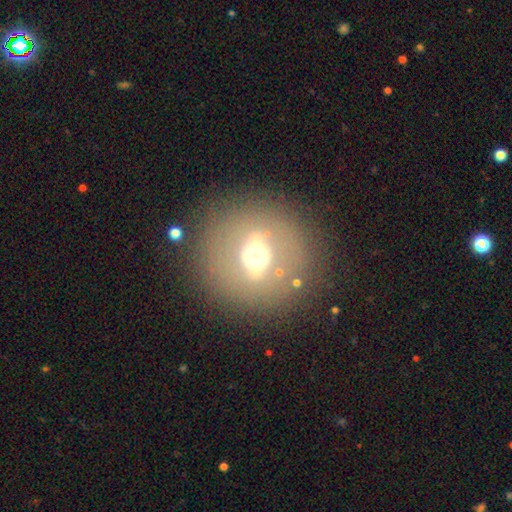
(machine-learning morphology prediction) smooth_or_featured: featured or disk (p=0.47) [alt: smooth p=0.35]
merging: none (p=0.84) [alt: minor disturbance p=0.08]